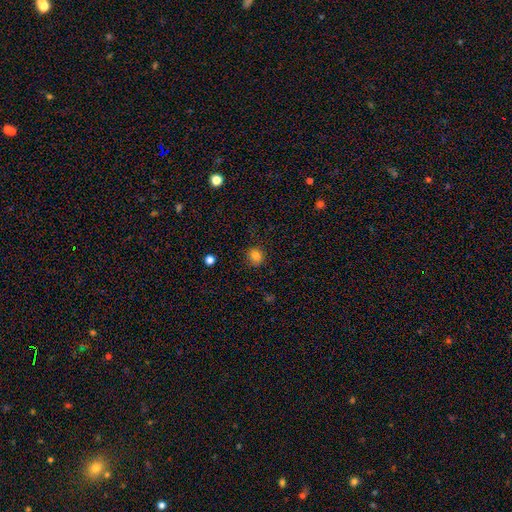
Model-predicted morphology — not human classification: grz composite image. It shows a smooth galaxy with no disk features (82%) that is round (69%). Merging: none (85%).